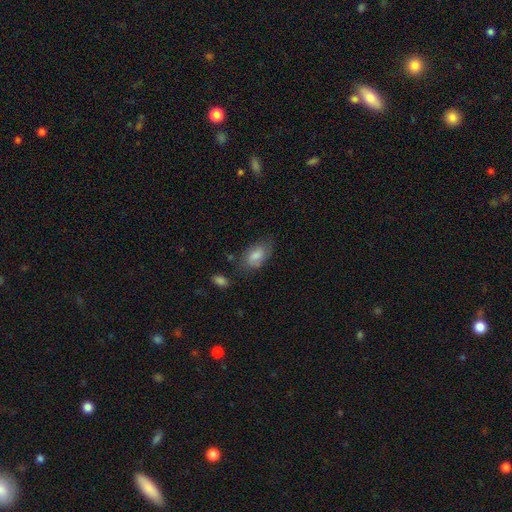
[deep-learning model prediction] smooth-or-featured: smooth: 74% | featured or disk: 17% | star or artifact: 9%
  how-rounded: in between: 91% | round: 6% | cigar-shaped: 3%
  merging: none: 64% | minor disturbance: 25% | major disturbance: 8% | merger: 4%